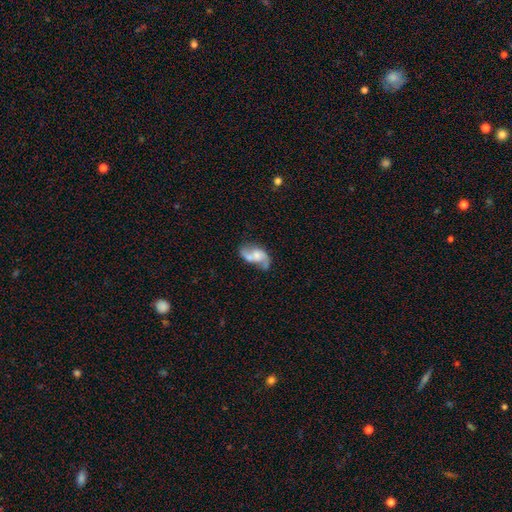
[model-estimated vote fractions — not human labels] Morphology: type=featured or disk (76%); edge-on=no (97%); bar=no (58%); spiral arms=yes (90%); winding=loose (59%); arm count=2 (88%); bulge=moderate (37%); merging=none (49%).